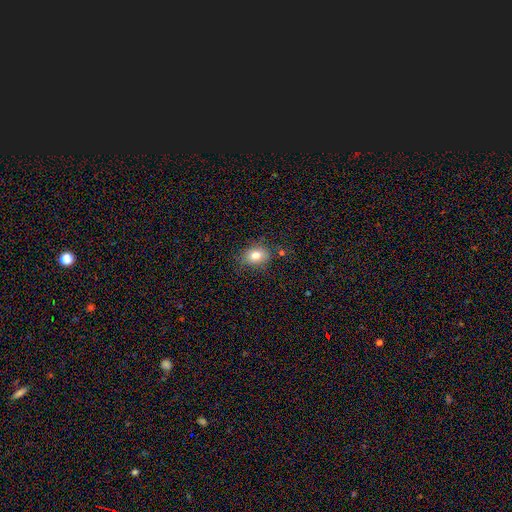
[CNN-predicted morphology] Q: Smooth or featured?
A: smooth (79%); runner-up: star or artifact (11%)
Q: How rounded?
A: in between (59%); runner-up: round (40%)
Q: Merging?
A: none (75%); runner-up: minor disturbance (17%)